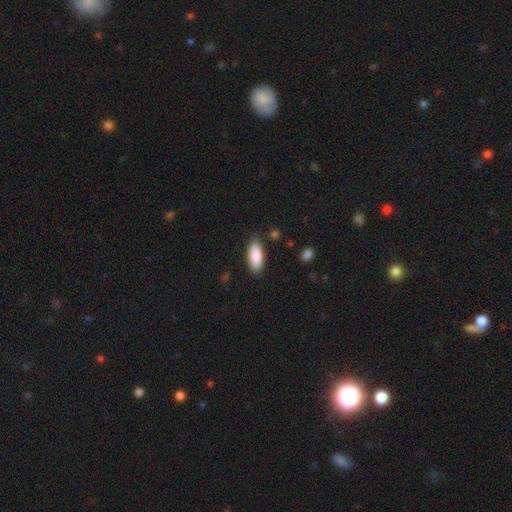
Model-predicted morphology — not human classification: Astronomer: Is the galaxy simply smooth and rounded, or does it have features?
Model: smooth — 89%.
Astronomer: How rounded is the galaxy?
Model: in between — 84%.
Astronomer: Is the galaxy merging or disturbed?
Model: none — 84%.